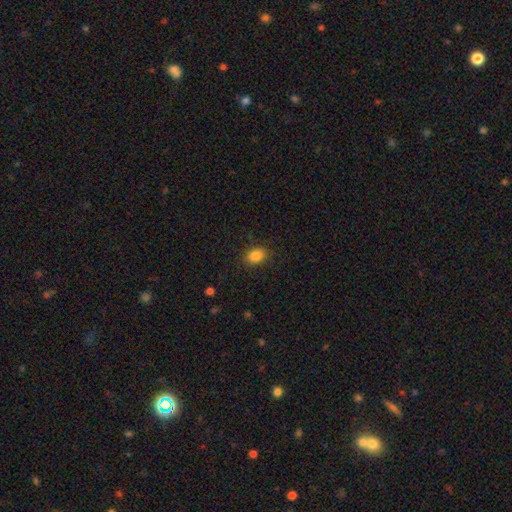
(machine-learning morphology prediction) Smooth or featured?
  - smooth: 85% *
  - star or artifact: 10%
  - featured or disk: 5%
How rounded?
  - in between: 66% *
  - round: 33%
  - cigar-shaped: 1%
Merging?
  - none: 87% *
  - minor disturbance: 10%
  - major disturbance: 3%
  - merger: 1%